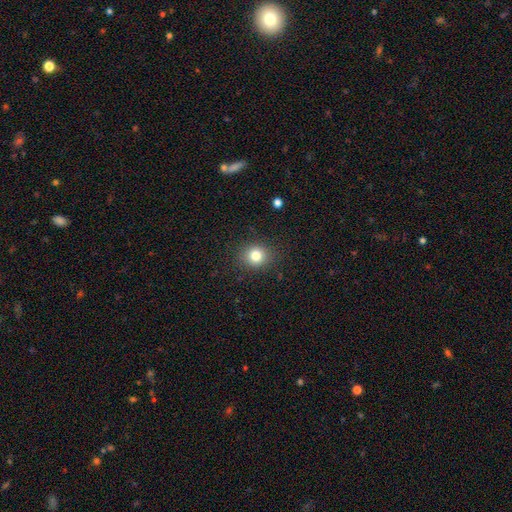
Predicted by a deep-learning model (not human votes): smooth 81%, star or artifact 12%, featured or disk 7%. Down the decision tree: how rounded — round (79%); merging — none (87%).